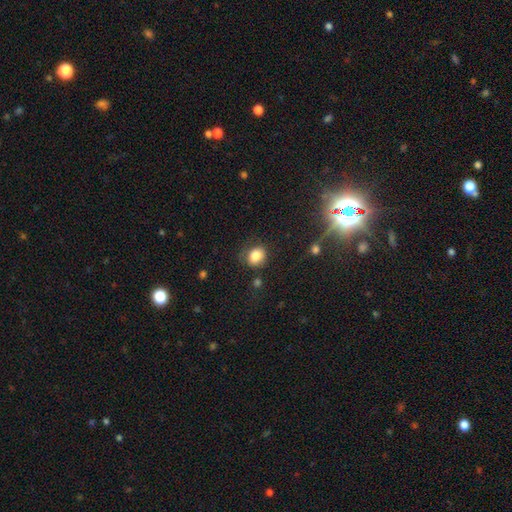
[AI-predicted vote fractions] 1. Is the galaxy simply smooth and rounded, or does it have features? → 82% smooth, 10% star or artifact, 7% featured or disk.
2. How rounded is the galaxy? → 61% round, 38% in between, 1% cigar-shaped.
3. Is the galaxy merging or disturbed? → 73% none, 18% minor disturbance, 6% major disturbance, 3% merger.